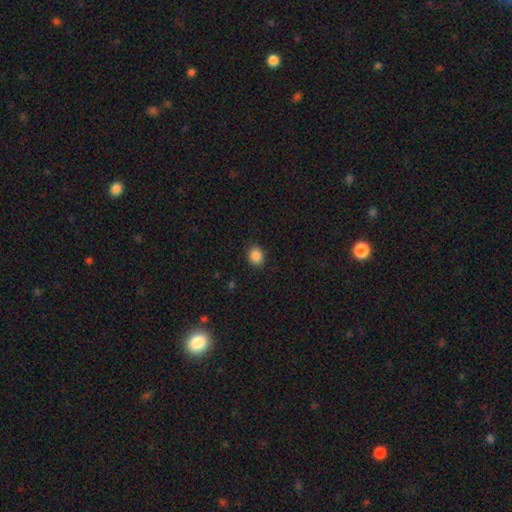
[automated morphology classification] smooth_or_featured: smooth (p=0.87) [alt: star or artifact p=0.10]
how_rounded: round (p=0.71) [alt: in between p=0.28]
merging: none (p=0.89) [alt: minor disturbance p=0.07]